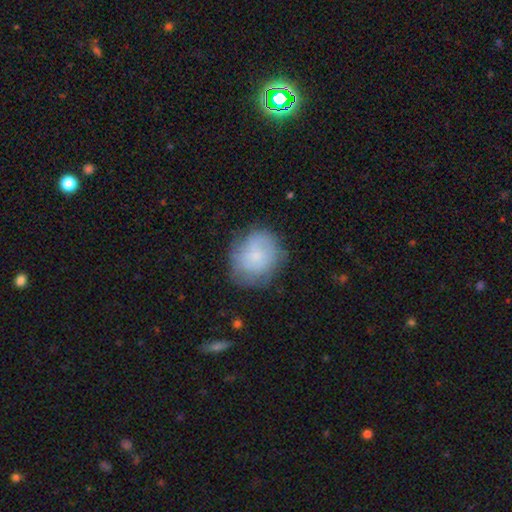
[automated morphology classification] This is likely a smooth galaxy (65%). How rounded: likely round (74%). Merging: likely none (66%).